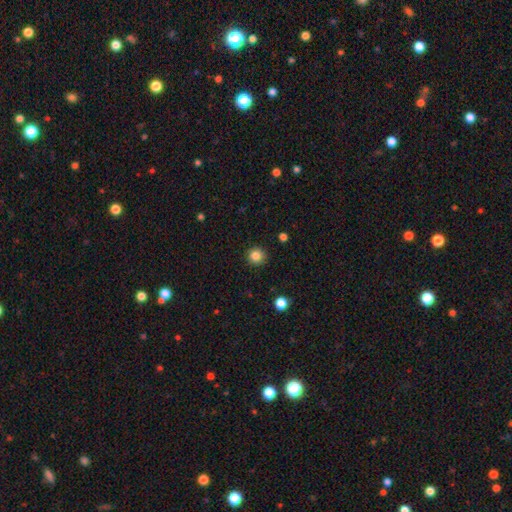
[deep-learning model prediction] A smooth galaxy with no disk features (84%) that is round (94%).

Vote fractions:
- Smooth or featured? smooth: 84% / star or artifact: 12% / featured or disk: 5%
- How rounded? round: 94% / in between: 5% / cigar-shaped: 1%
- Merging? none: 91% / minor disturbance: 6% / major disturbance: 2% / merger: 1%